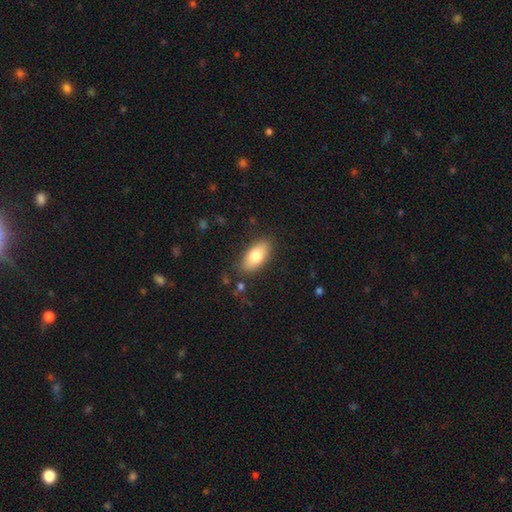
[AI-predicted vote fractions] A smooth galaxy with no disk features (79%) that is in between round and cigar-shaped (89%). Merging: none (84%).